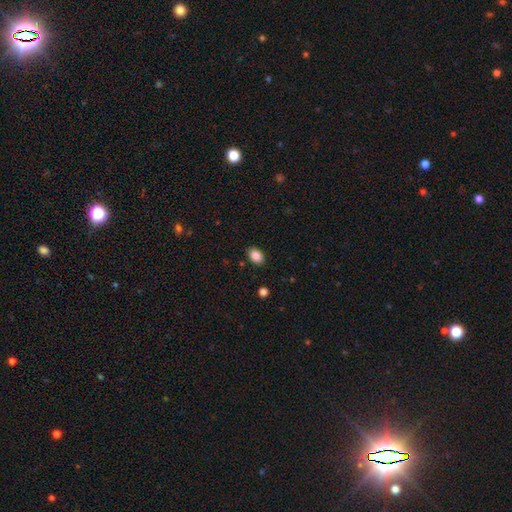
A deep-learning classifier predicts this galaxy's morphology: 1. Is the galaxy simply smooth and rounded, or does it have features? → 87% smooth, 9% star or artifact, 4% featured or disk.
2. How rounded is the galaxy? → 79% in between, 20% round, 1% cigar-shaped.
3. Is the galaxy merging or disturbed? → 88% none, 9% minor disturbance, 2% major disturbance, 1% merger.